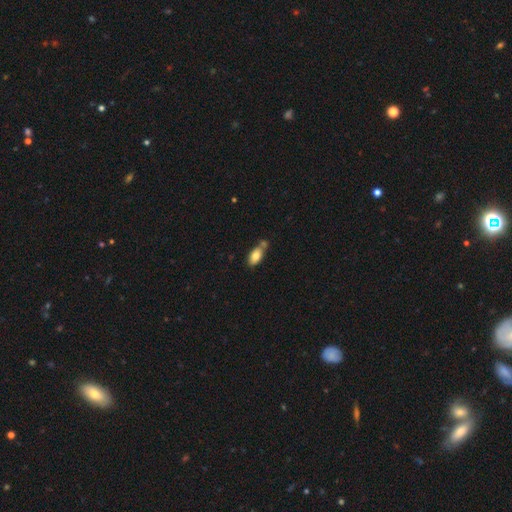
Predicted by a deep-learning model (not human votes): Q: Smooth or featured?
A: smooth (79%); runner-up: featured or disk (13%)
Q: How rounded?
A: in between (89%); runner-up: cigar-shaped (7%)
Q: Merging?
A: none (49%); runner-up: merger (30%)